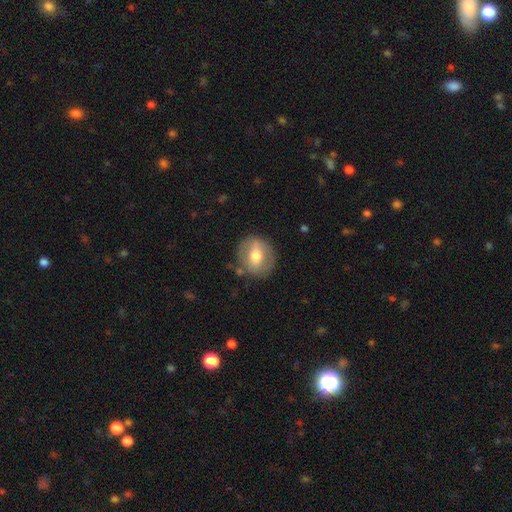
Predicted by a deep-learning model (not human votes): Q: Smooth or featured?
A: smooth (48%); runner-up: featured or disk (45%)
Q: Merging?
A: none (81%); runner-up: minor disturbance (13%)